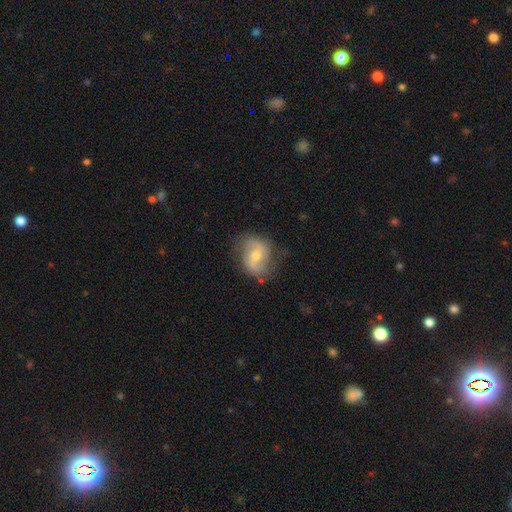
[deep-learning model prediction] This is likely a featured or disk galaxy (66%). It is clearly not viewed edge-on (96%). Bar: possibly weak (49%). Spiral arm pattern: clearly yes (81%). Spiral arm count: clearly 2 (84%). Spiral winding: marginally medium (43%). Central bulge: likely moderate (61%). Merging: likely none (68%).